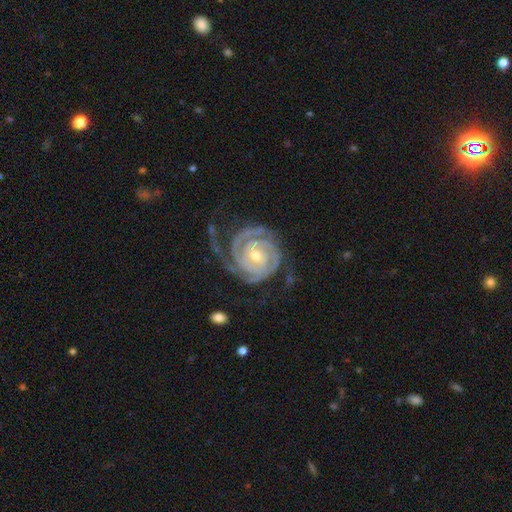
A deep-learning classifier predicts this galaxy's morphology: Overall: featured or disk (93%). Edge-on disk: no (98%). Bar: no (56%; weak 31%). Spiral arms: yes (99%). Spiral arm count: 2 (34%; 3 33%). Spiral winding: tight (83%). Bulge size: small (53%; moderate 44%). Merging: none (66%).